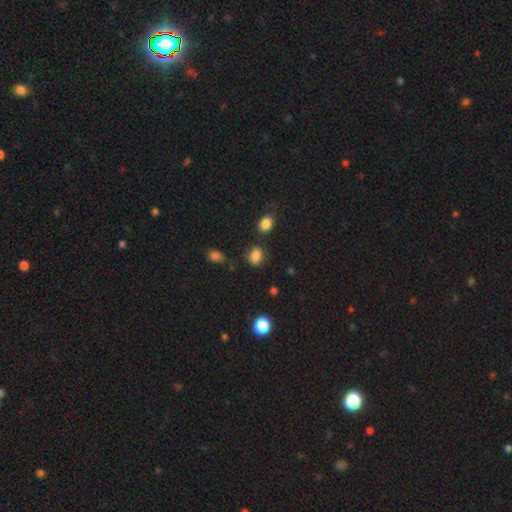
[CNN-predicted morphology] Overall: smooth (83%). How rounded: in between (69%; round 30%). Merging: none (70%).